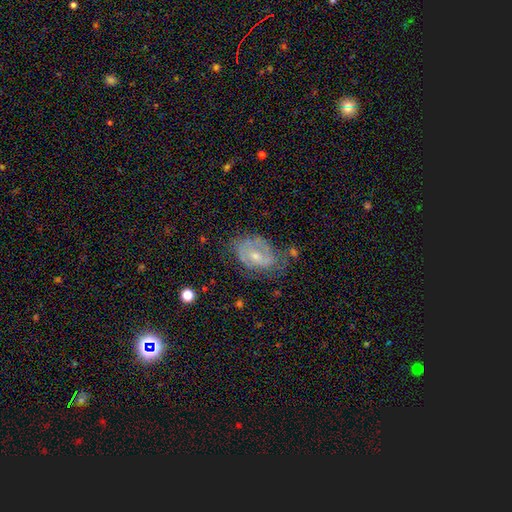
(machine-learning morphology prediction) The model was most divided on "bulge size": small: 48%, moderate: 46%, none: 3%, large: 2%, dominant: 1%. More confident: edge-on disk — no (96%); spiral arms — yes (72%); smooth or featured — featured or disk (68%); bar — no (53%); merging — none (50%).